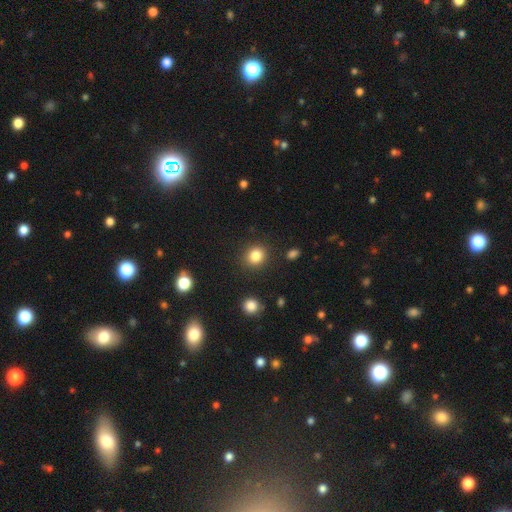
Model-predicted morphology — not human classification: Smooth or featured?
  - smooth: 84% *
  - star or artifact: 11%
  - featured or disk: 5%
How rounded?
  - round: 80% *
  - in between: 20%
  - cigar-shaped: 1%
Merging?
  - none: 88% *
  - minor disturbance: 7%
  - major disturbance: 3%
  - merger: 2%